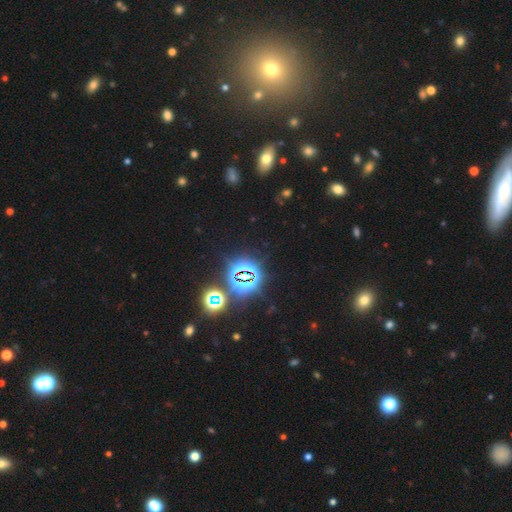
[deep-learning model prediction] A star or artifact, not a galaxy (75%).